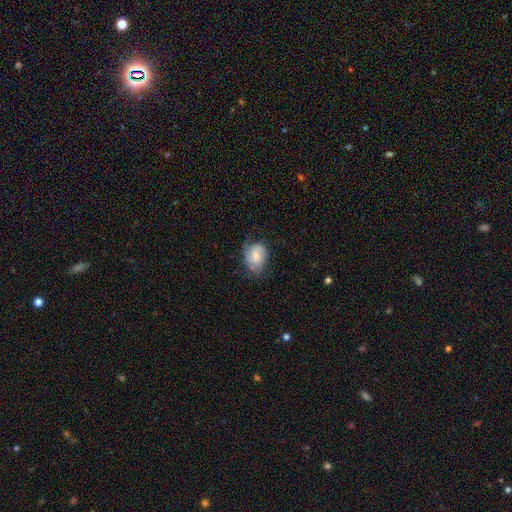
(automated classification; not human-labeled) Q: Smooth or featured?
A: smooth (62%); runner-up: featured or disk (31%)
Q: How rounded?
A: in between (63%); runner-up: round (36%)
Q: Merging?
A: none (61%); runner-up: minor disturbance (29%)